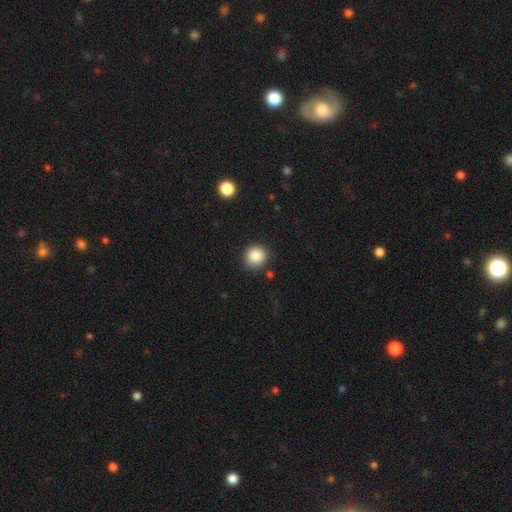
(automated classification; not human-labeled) Morphology: type=smooth (87%); roundness=round (91%); merging=none (83%).